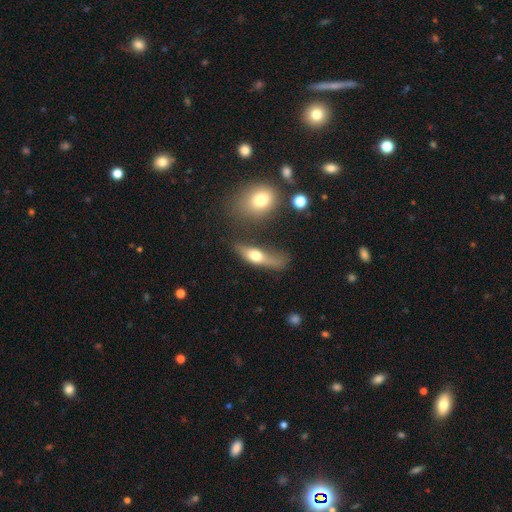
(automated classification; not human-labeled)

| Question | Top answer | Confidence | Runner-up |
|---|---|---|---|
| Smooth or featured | smooth | 52% | featured or disk (40%) |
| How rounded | cigar-shaped | 47% | in between (44%) |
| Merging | none | 47% | minor disturbance (22%) |